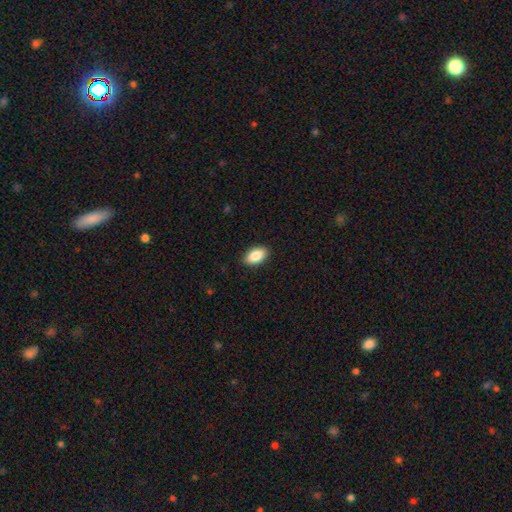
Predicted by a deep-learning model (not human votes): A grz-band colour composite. It shows a smooth galaxy with no disk features (86%) that is in between round and cigar-shaped (93%). Merging: none (89%).